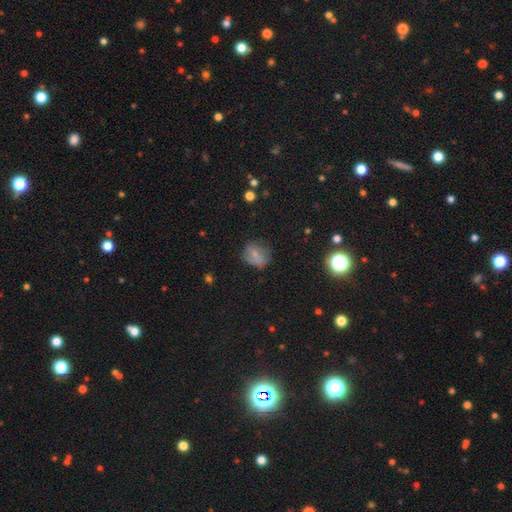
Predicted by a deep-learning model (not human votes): The model was most divided on "merging": none: 57%, minor disturbance: 26%, major disturbance: 13%, merger: 3%. More confident: how rounded — round (67%); smooth or featured — smooth (62%).